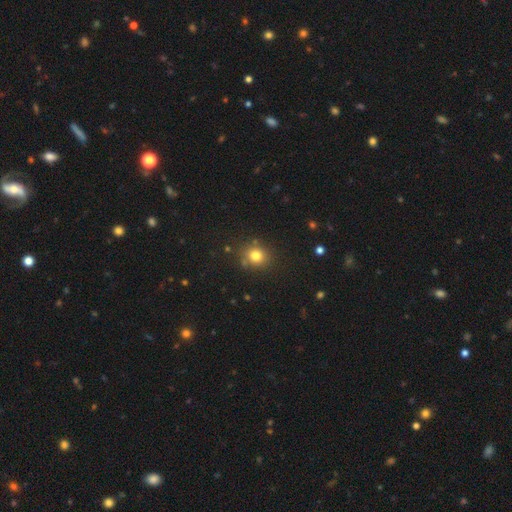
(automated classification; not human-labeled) Smooth or featured?
  - smooth: 79% *
  - star or artifact: 14%
  - featured or disk: 7%
How rounded?
  - round: 79% *
  - in between: 20%
  - cigar-shaped: 1%
Merging?
  - none: 81% *
  - minor disturbance: 11%
  - merger: 4%
  - major disturbance: 3%